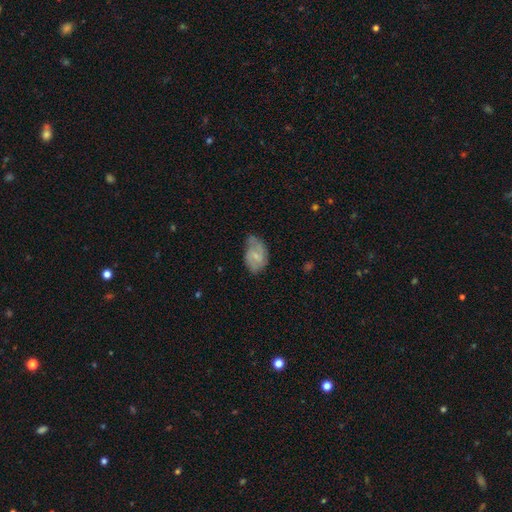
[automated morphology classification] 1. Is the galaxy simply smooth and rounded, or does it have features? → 48% featured or disk, 45% smooth, 7% star or artifact.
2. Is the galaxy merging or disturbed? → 51% none, 35% minor disturbance, 11% major disturbance, 2% merger.